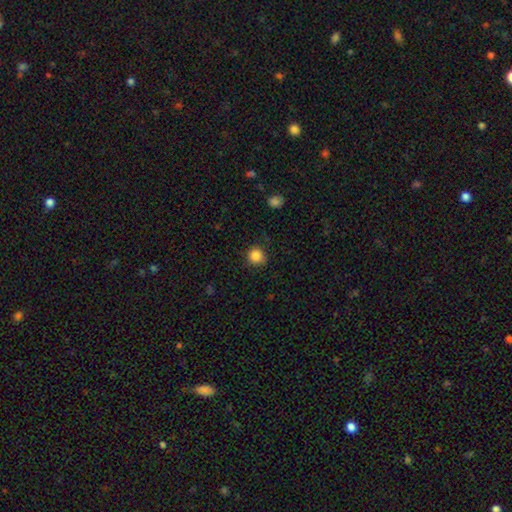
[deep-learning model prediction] Smooth or featured: smooth — 86% (star or artifact — 11%)
How rounded: round — 89% (in between — 10%)
Merging: none — 84% (minor disturbance — 12%)